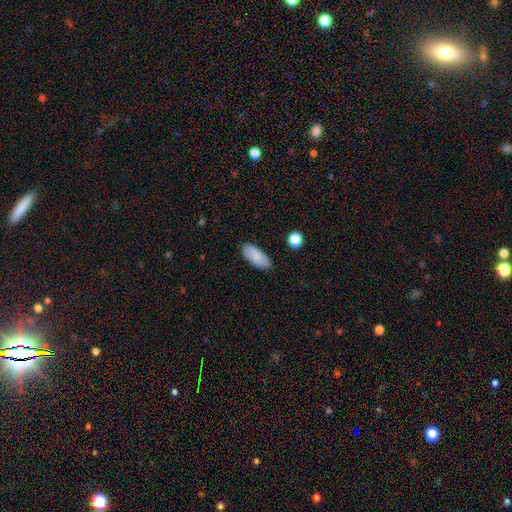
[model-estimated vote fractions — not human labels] smooth_or_featured: smooth (p=0.85) [alt: featured or disk p=0.08]
how_rounded: in between (p=0.87) [alt: cigar-shaped p=0.11]
merging: none (p=0.84) [alt: minor disturbance p=0.12]